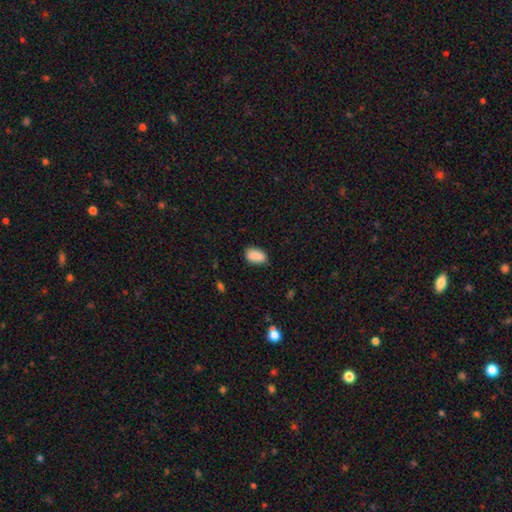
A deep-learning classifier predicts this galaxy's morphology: This is clearly a smooth galaxy (88%). How rounded: clearly in between (91%). Merging: likely none (78%).